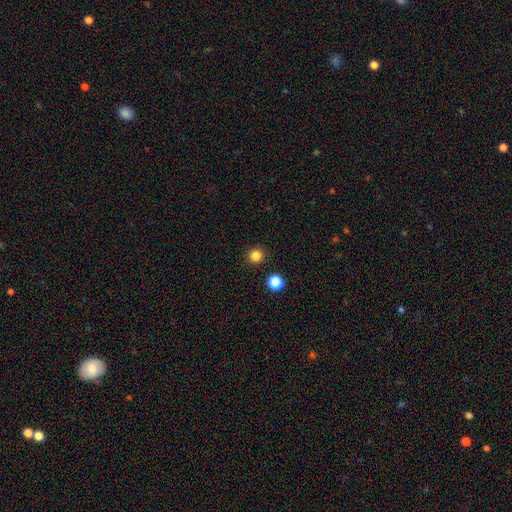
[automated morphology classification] This appears to be a smooth galaxy with no disk features (83%) that is round (94%). Merging: none (91%).